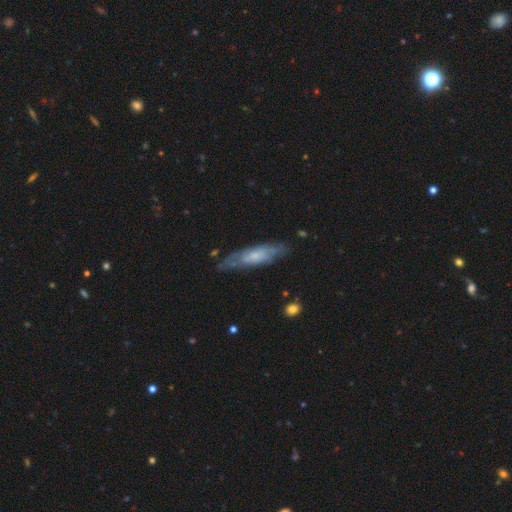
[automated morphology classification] This appears to be a featured or disk galaxy (54%). Merging: none (67%).